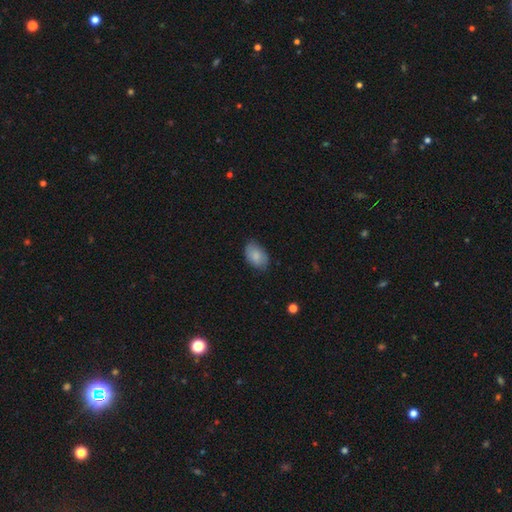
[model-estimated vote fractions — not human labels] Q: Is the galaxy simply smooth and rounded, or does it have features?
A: smooth — 85%.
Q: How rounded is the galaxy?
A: in between — 88%.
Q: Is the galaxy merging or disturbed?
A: none — 77%.